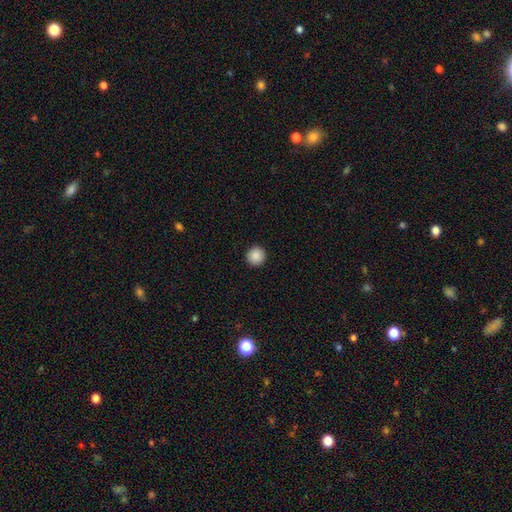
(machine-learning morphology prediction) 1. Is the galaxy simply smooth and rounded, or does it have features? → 88% smooth, 9% star or artifact, 3% featured or disk.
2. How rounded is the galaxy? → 96% round, 3% in between, 1% cigar-shaped.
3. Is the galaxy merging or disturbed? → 93% none, 4% minor disturbance, 1% major disturbance, 1% merger.